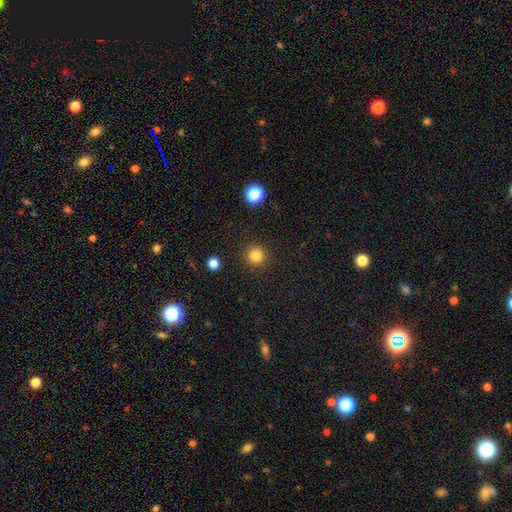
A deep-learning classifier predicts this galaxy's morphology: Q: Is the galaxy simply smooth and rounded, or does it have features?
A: smooth — 83%.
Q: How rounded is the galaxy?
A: round — 95%.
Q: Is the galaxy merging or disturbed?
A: none — 91%.